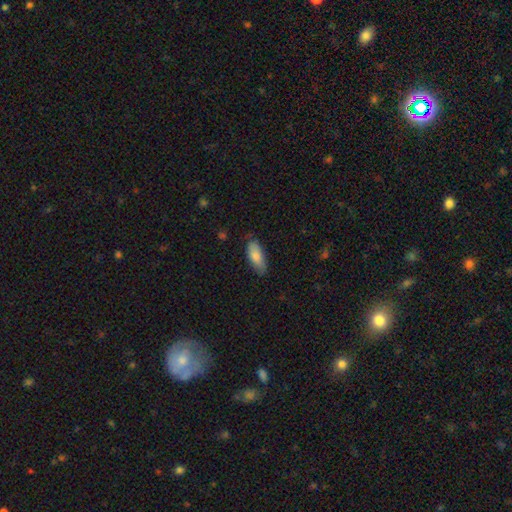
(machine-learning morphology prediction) Smooth or featured?
  - smooth: 80% *
  - featured or disk: 14%
  - star or artifact: 6%
How rounded?
  - in between: 80% *
  - cigar-shaped: 18%
  - round: 2%
Merging?
  - none: 73% *
  - minor disturbance: 22%
  - major disturbance: 4%
  - merger: 1%